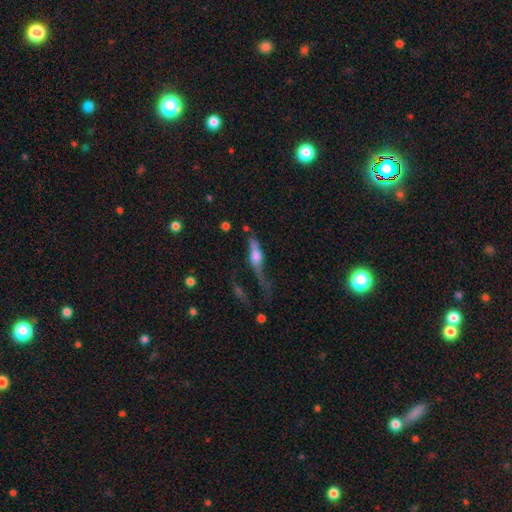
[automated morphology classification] This appears to be a featured or disk galaxy (47%). Merging: major disturbance (39%).